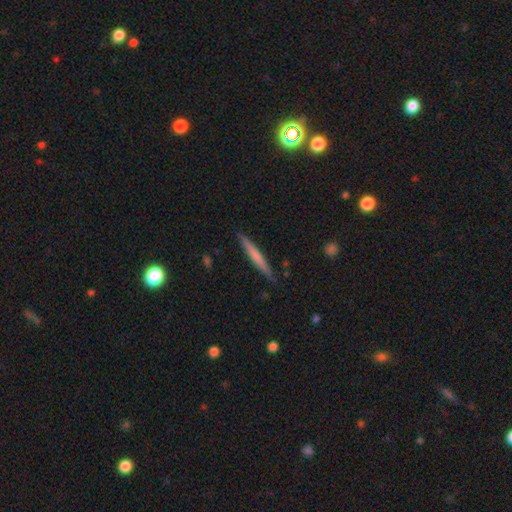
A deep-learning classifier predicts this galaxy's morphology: This is possibly a smooth galaxy (58%). How rounded: clearly cigar-shaped (96%). Merging: clearly none (88%).